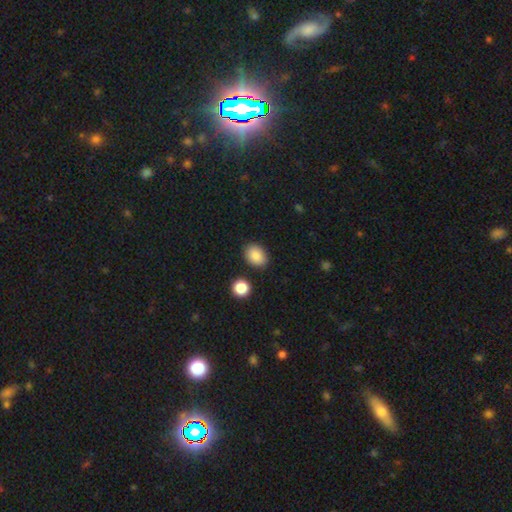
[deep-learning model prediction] This is clearly a smooth galaxy (87%). How rounded: likely in between (73%). Merging: clearly none (86%).